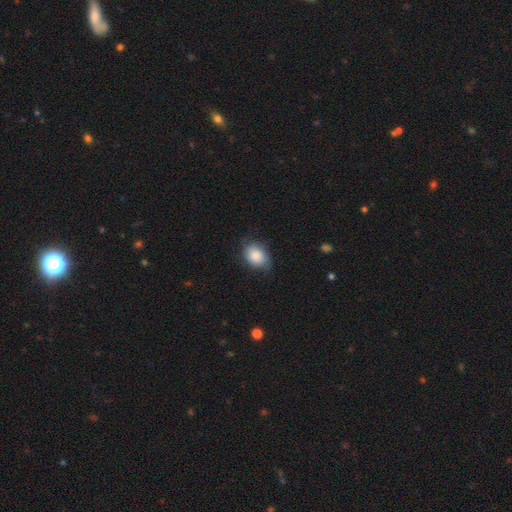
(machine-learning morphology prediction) smooth-or-featured: smooth: 81% | featured or disk: 12% | star or artifact: 7%
  how-rounded: in between: 71% | round: 28% | cigar-shaped: 1%
  merging: none: 69% | minor disturbance: 24% | major disturbance: 6% | merger: 1%